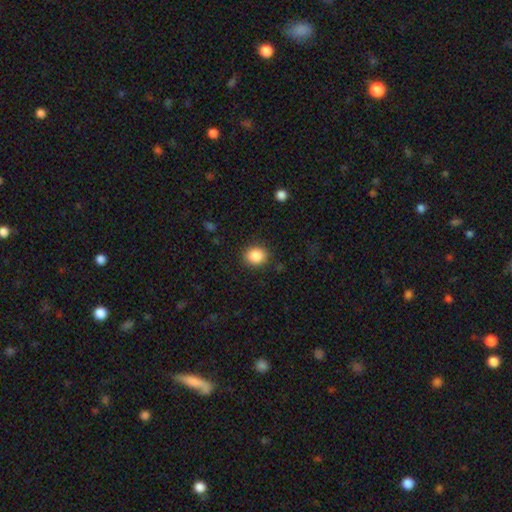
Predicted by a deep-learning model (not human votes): The model was most divided on "how rounded": round: 69%, in between: 30%, cigar-shaped: 1%. More confident: merging — none (88%); smooth or featured — smooth (87%).